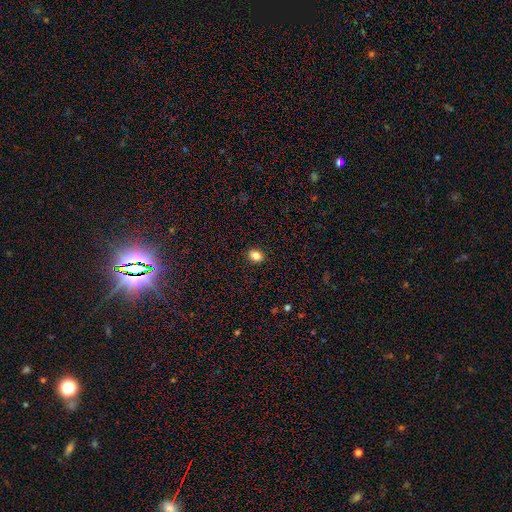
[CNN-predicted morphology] The model was most divided on "how rounded": in between: 56%, round: 43%, cigar-shaped: 1%. More confident: merging — none (90%); smooth or featured — smooth (85%).